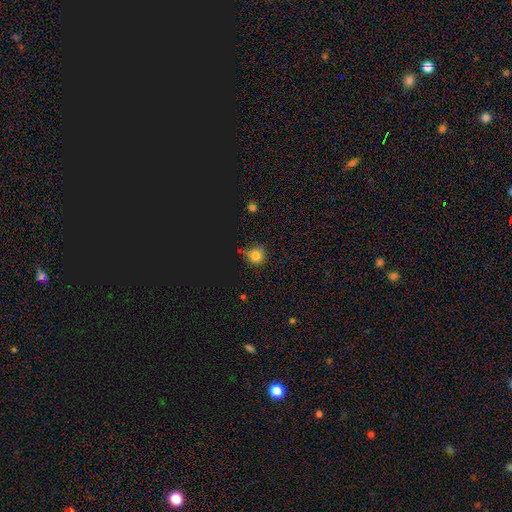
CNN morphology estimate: Smooth or featured? smooth (76%)
How rounded? round (90%)
Merging? none (74%)